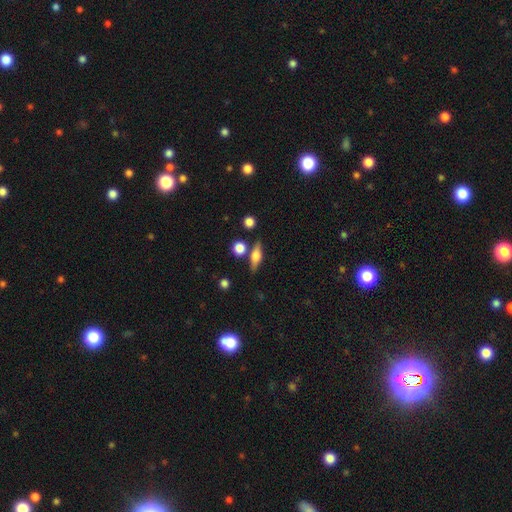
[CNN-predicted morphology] Smooth or featured? Predicted: featured or disk (p=0.47). Merging? Predicted: none (p=0.78).